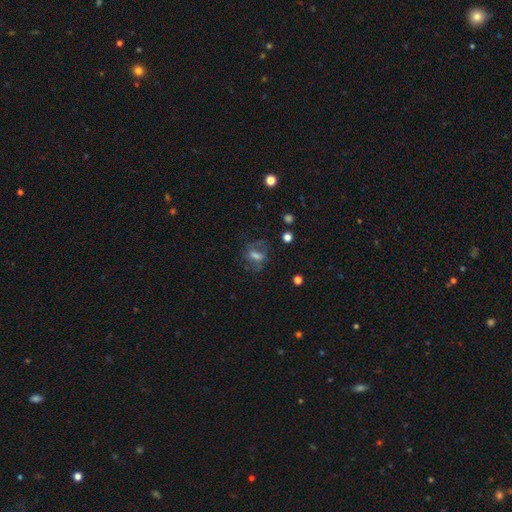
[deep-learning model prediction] A smooth galaxy with no disk features (42%). Merging: none (51%).